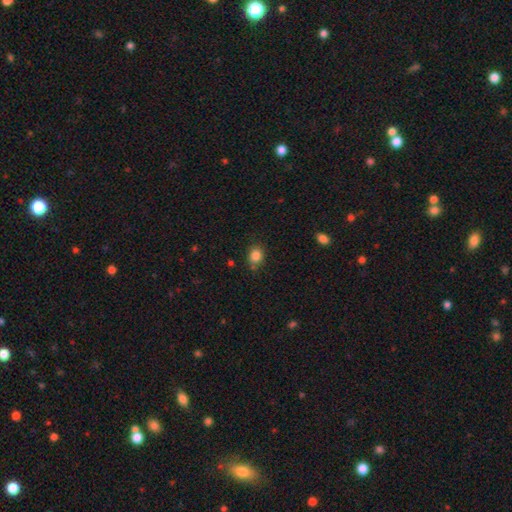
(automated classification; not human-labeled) smooth 85%, star or artifact 10%, featured or disk 5%. Down the decision tree: how rounded — round (50%); merging — none (73%).